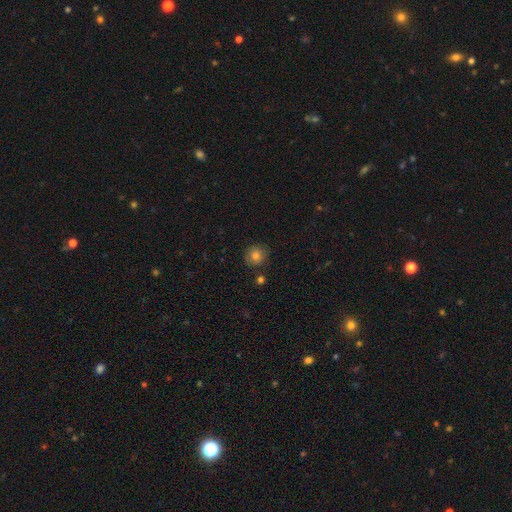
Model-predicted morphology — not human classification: smooth-or-featured: smooth: 79% | star or artifact: 11% | featured or disk: 9%
  how-rounded: round: 92% | in between: 7% | cigar-shaped: 1%
  merging: none: 86% | minor disturbance: 9% | merger: 3% | major disturbance: 2%